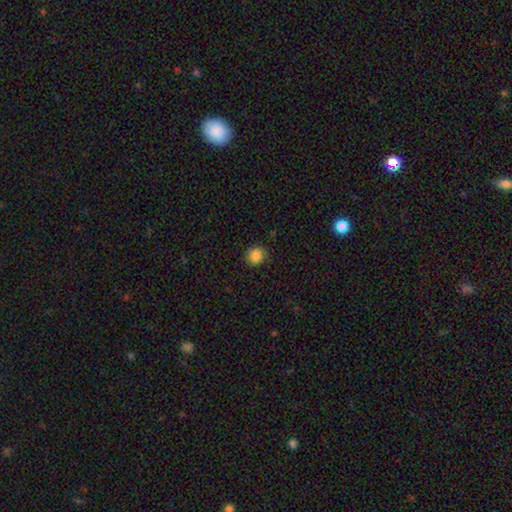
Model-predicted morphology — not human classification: Smooth or featured? Predicted: smooth (p=0.86). How rounded? Predicted: round (p=0.90). Merging? Predicted: none (p=0.89).